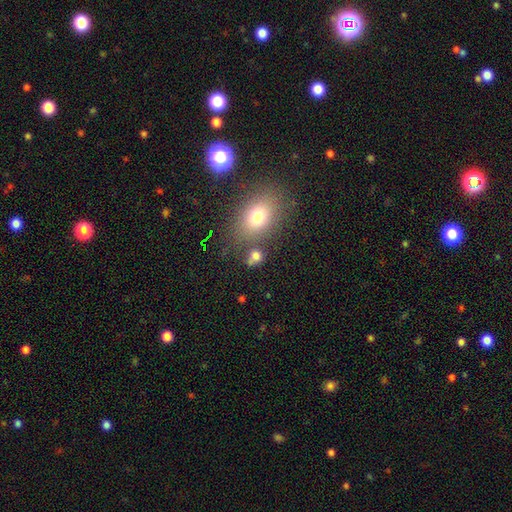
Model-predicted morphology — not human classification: smooth 73%, star or artifact 17%, featured or disk 10%. Down the decision tree: how rounded — round (55%); merging — none (61%).